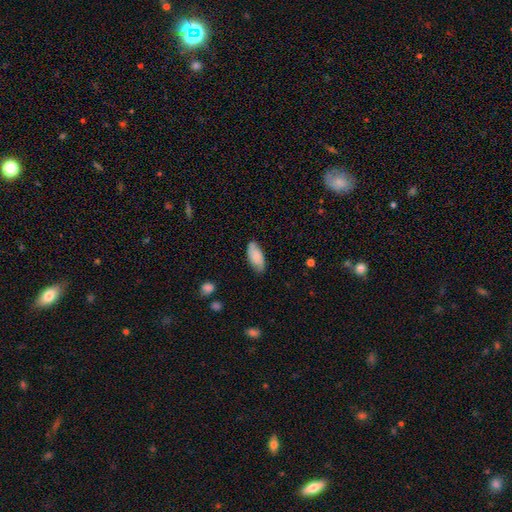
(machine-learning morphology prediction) A smooth galaxy with no disk features (79%) that is in between round and cigar-shaped (88%).

Vote fractions:
- Smooth or featured? smooth: 79% / featured or disk: 15% / star or artifact: 7%
- How rounded? in between: 88% / cigar-shaped: 10% / round: 2%
- Merging? none: 71% / minor disturbance: 22% / major disturbance: 4% / merger: 2%